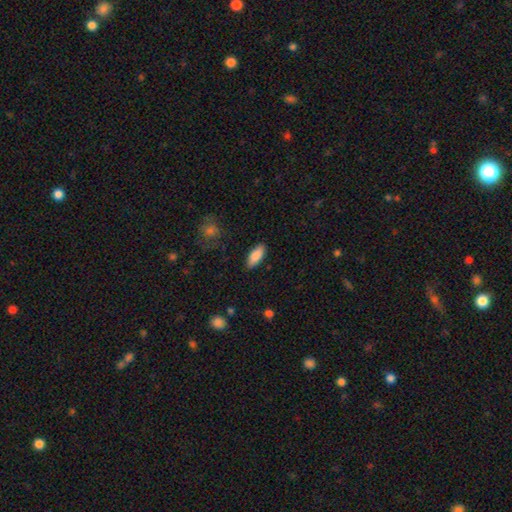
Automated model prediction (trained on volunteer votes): A smooth galaxy with no disk features (87%) that is in between round and cigar-shaped (83%). Merging: none (87%).